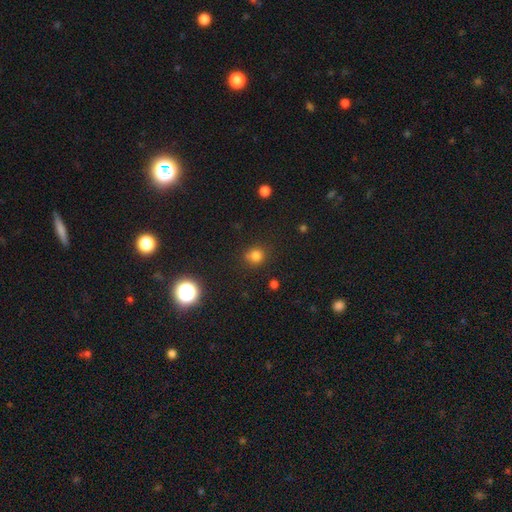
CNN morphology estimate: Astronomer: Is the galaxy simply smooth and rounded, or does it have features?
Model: smooth — 77%.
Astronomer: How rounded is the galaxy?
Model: round — 87%.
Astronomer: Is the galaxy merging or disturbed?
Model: none — 76%.